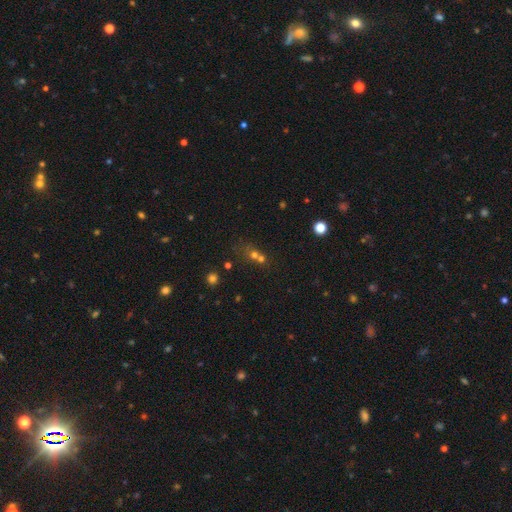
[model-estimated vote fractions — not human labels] A smooth galaxy with no disk features (57%) that is round (79%). Merging: merger (51%).